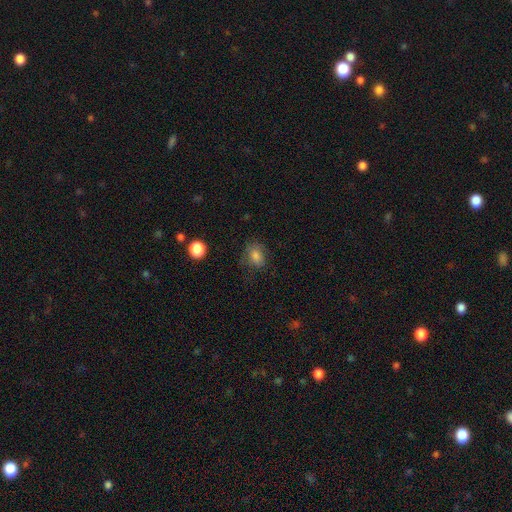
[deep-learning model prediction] Q: Smooth or featured?
A: smooth (79%); runner-up: star or artifact (12%)
Q: How rounded?
A: in between (63%); runner-up: round (36%)
Q: Merging?
A: none (69%); runner-up: minor disturbance (21%)